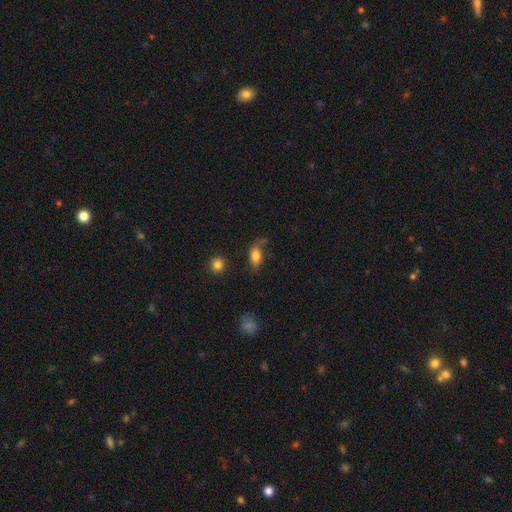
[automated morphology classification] A smooth galaxy with no disk features (77%) that is in between round and cigar-shaped (85%). Merging: none (57%).